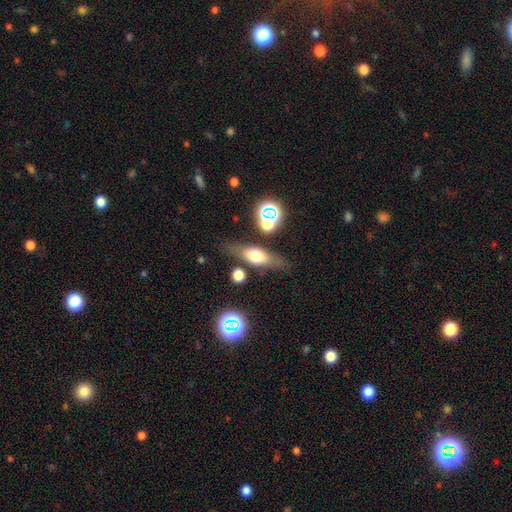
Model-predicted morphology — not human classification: Smooth or featured: smooth — 49% (featured or disk — 41%)
Merging: none — 73% (minor disturbance — 15%)